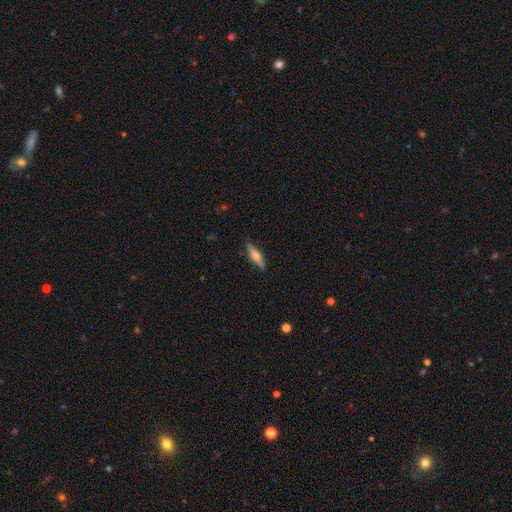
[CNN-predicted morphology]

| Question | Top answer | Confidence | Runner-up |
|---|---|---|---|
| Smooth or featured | featured or disk | 51% | smooth (43%) |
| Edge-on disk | yes | 93% | no (7%) |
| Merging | none | 85% | minor disturbance (11%) |